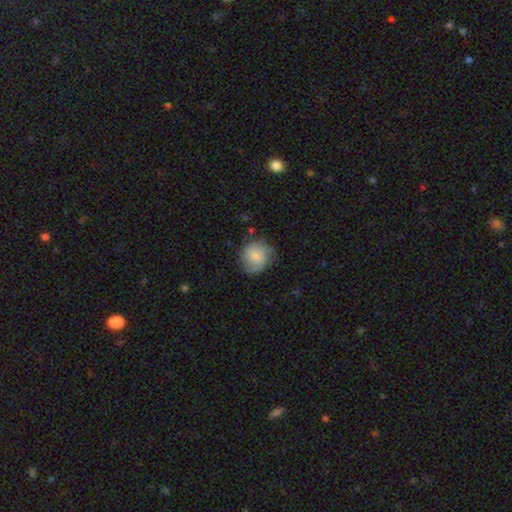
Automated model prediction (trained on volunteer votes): Overall: smooth (63%; featured or disk 29%). How rounded: round (80%). Merging: none (63%; minor disturbance 25%).